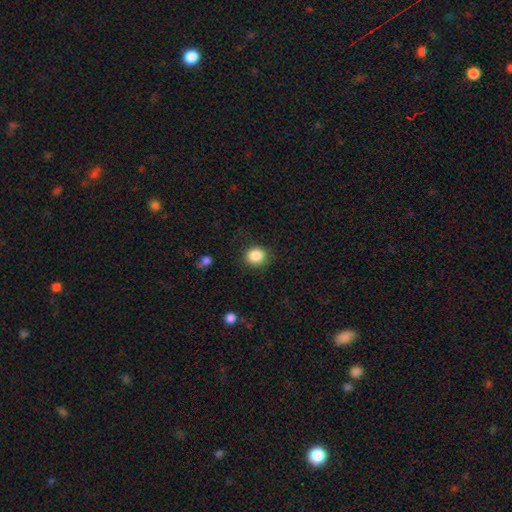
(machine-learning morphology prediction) A smooth galaxy with no disk features (86%) that is round (80%).

Vote fractions:
- Smooth or featured? smooth: 86% / star or artifact: 10% / featured or disk: 4%
- How rounded? round: 80% / in between: 19% / cigar-shaped: 1%
- Merging? none: 86% / minor disturbance: 10% / major disturbance: 3% / merger: 1%